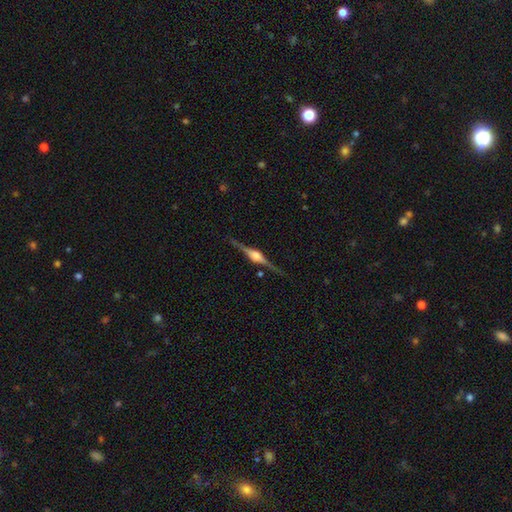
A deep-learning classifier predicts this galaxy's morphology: A featured or disk galaxy (88%) viewed edge-on (98%) with a rounded central bulge (87%).

Vote fractions:
- Smooth or featured? featured or disk: 88% / smooth: 6% / star or artifact: 6%
- Edge-on disk? yes: 98% / no: 2%
- Edge-on bulge? rounded: 87% / boxy: 11% / none: 2%
- Merging? none: 89% / minor disturbance: 8% / major disturbance: 2% / merger: 1%